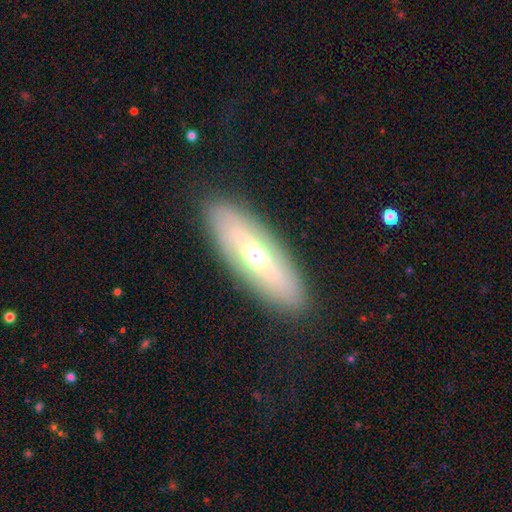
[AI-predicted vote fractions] Overall: featured or disk (48%; smooth 44%). Merging: none (87%).